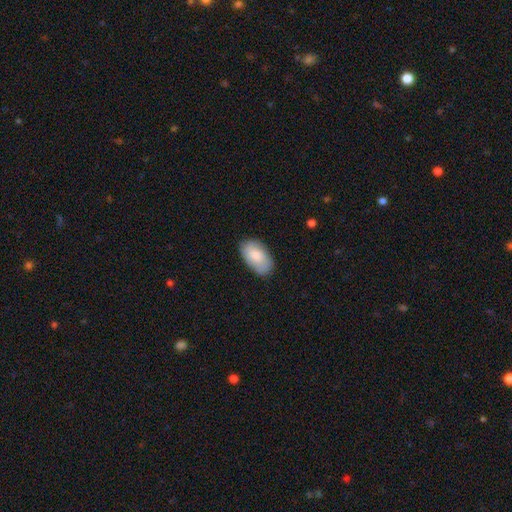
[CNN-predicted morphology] Q: Smooth or featured?
A: smooth (77%); runner-up: featured or disk (17%)
Q: How rounded?
A: in between (95%); runner-up: round (4%)
Q: Merging?
A: none (79%); runner-up: minor disturbance (17%)